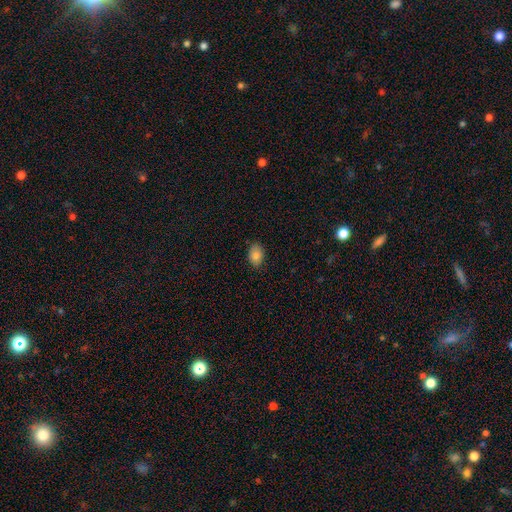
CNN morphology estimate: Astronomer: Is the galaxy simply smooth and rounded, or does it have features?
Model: smooth — 82%.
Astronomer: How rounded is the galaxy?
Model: in between — 79%.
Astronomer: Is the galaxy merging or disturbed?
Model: none — 84%.